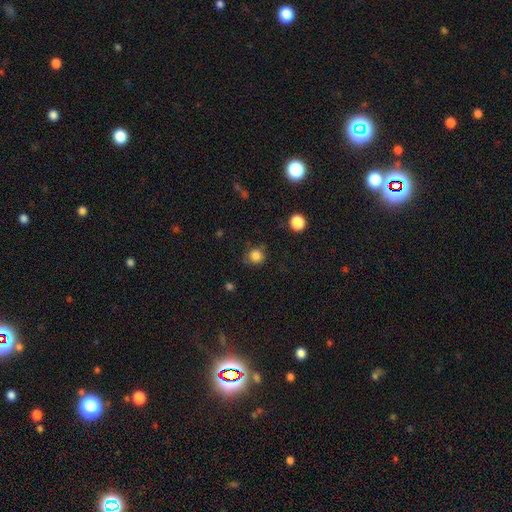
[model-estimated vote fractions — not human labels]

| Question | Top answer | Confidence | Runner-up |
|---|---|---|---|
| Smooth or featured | smooth | 83% | star or artifact (12%) |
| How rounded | round | 87% | in between (12%) |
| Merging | none | 72% | minor disturbance (19%) |